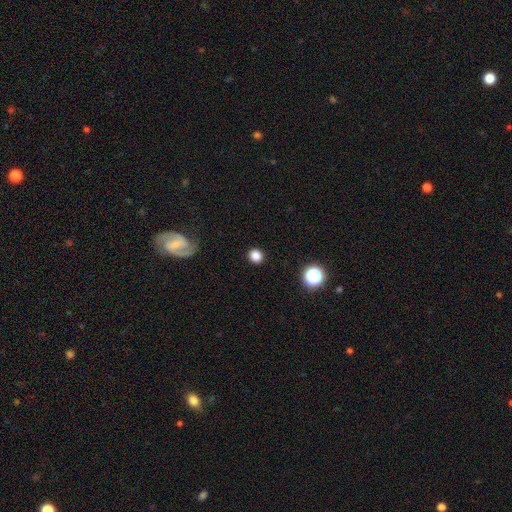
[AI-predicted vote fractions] Smooth or featured?
  - smooth: 83% *
  - star or artifact: 12%
  - featured or disk: 5%
How rounded?
  - round: 92% *
  - in between: 7%
  - cigar-shaped: 1%
Merging?
  - none: 91% *
  - minor disturbance: 5%
  - major disturbance: 2%
  - merger: 1%